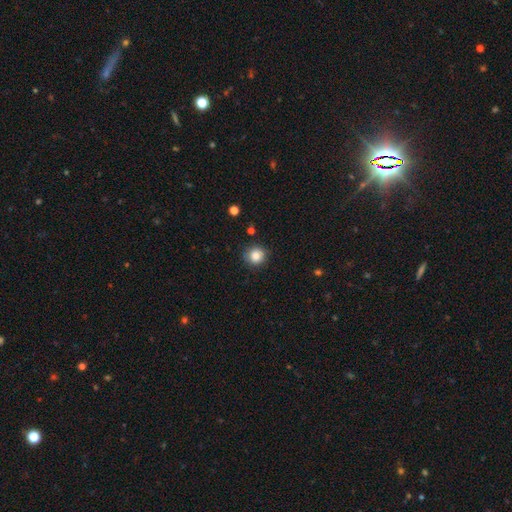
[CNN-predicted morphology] Q: Smooth or featured?
A: smooth (85%); runner-up: star or artifact (10%)
Q: How rounded?
A: round (90%); runner-up: in between (9%)
Q: Merging?
A: none (86%); runner-up: minor disturbance (10%)